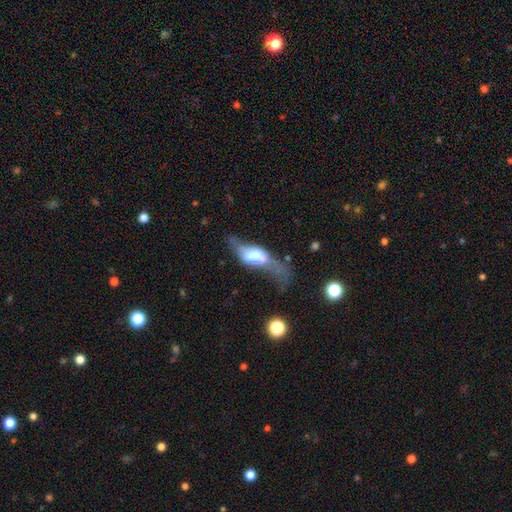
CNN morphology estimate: This appears to be a featured or disk galaxy (53%). Merging: major disturbance (43%).